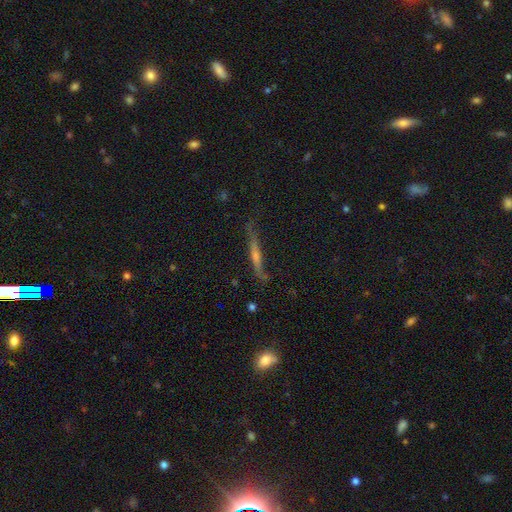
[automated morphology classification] Overall: featured or disk (60%; smooth 30%). Edge-on disk: yes (92%). Edge-on bulge: rounded (48%; none 39%). Merging: none (69%).